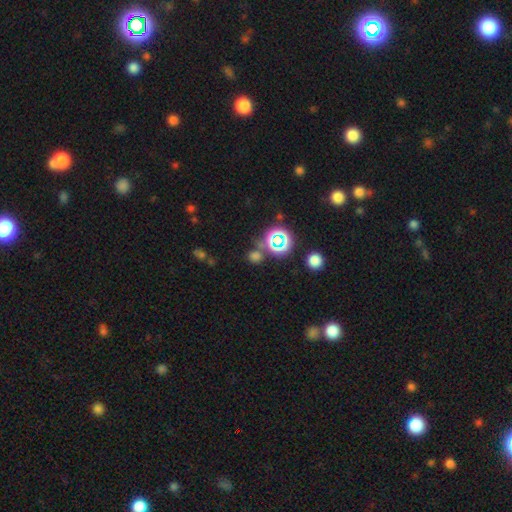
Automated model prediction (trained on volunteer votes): This appears to be a smooth galaxy with no disk features (56%) that is round (81%). Merging: none (69%).